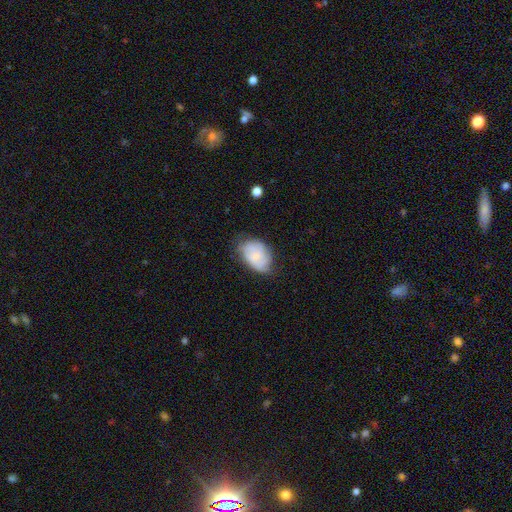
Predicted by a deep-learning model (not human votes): Smooth or featured: featured or disk — 50% (smooth — 41%)
Edge-on disk: no — 97% (yes — 3%)
Merging: none — 59% (minor disturbance — 29%)